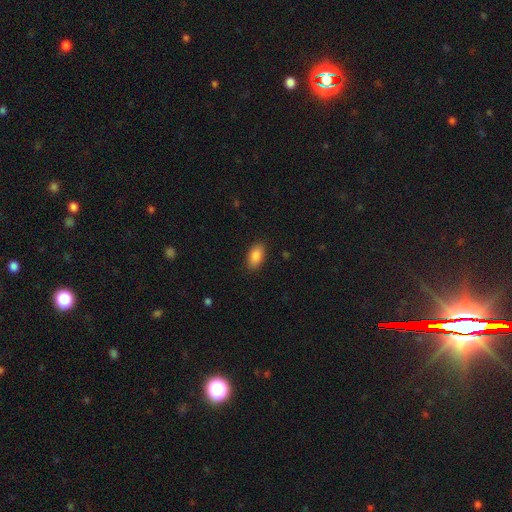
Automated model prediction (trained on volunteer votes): smooth 88%, star or artifact 7%, featured or disk 5%. Down the decision tree: how rounded — in between (93%); merging — none (88%).